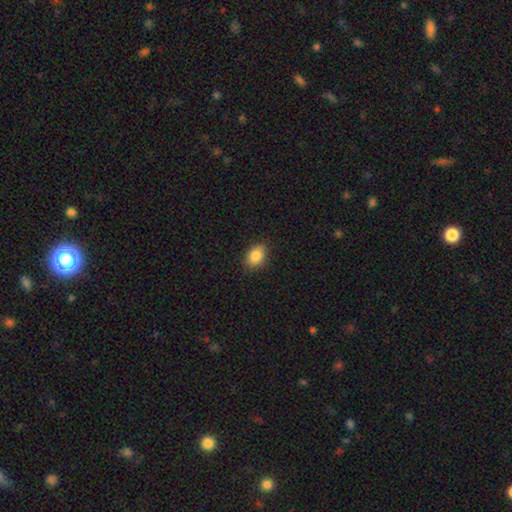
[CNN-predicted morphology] A smooth galaxy with no disk features (87%) that is in between round and cigar-shaped (75%).

Vote fractions:
- Smooth or featured? smooth: 87% / star or artifact: 8% / featured or disk: 4%
- How rounded? in between: 75% / round: 23% / cigar-shaped: 1%
- Merging? none: 87% / minor disturbance: 10% / major disturbance: 2% / merger: 1%